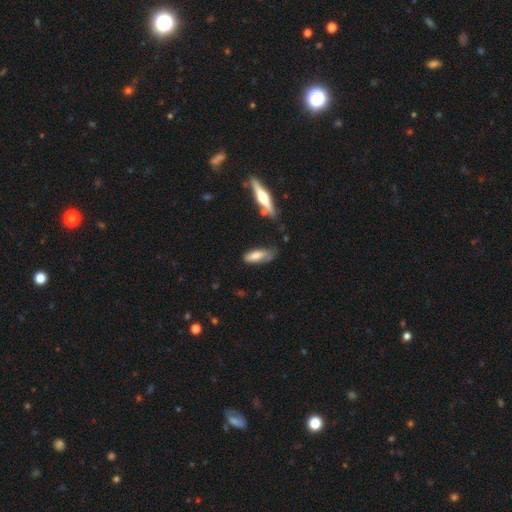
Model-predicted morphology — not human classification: Q: Smooth or featured?
A: smooth (71%); runner-up: featured or disk (22%)
Q: How rounded?
A: in between (64%); runner-up: cigar-shaped (34%)
Q: Merging?
A: none (49%); runner-up: minor disturbance (35%)